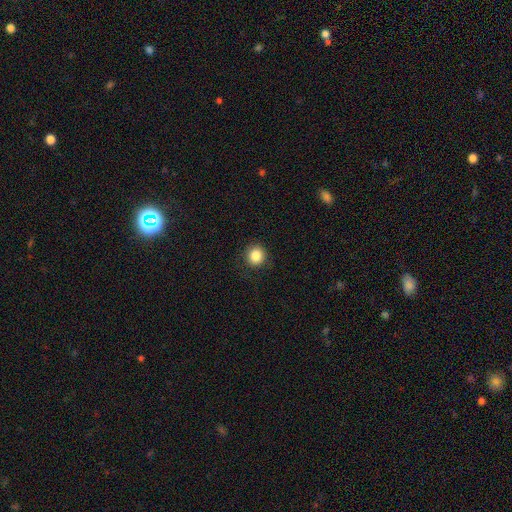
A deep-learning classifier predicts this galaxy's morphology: This appears to be a smooth galaxy with no disk features (86%) that is round (92%). Merging: none (88%).